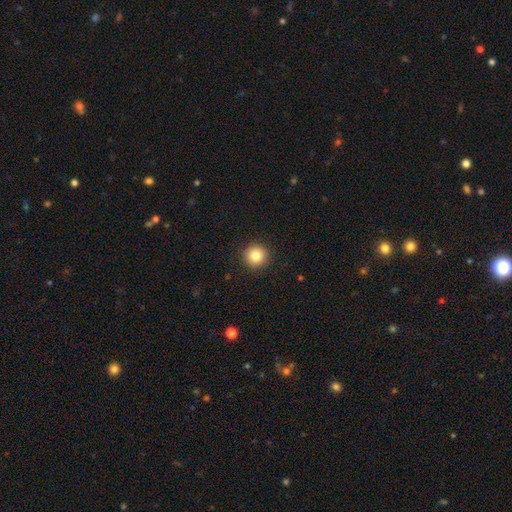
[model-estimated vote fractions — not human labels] The model was most divided on "smooth or featured": smooth: 83%, star or artifact: 11%, featured or disk: 6%. More confident: how rounded — round (95%); merging — none (92%).